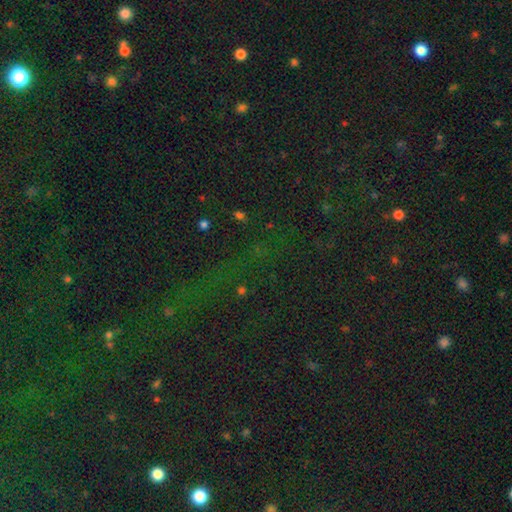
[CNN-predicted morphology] smooth_or_featured: star or artifact (p=0.79) [alt: smooth p=0.13]